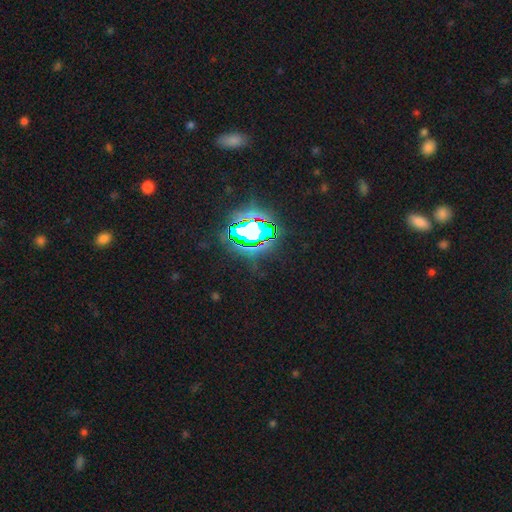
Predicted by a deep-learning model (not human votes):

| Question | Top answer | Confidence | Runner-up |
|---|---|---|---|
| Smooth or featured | star or artifact | 82% | smooth (11%) |